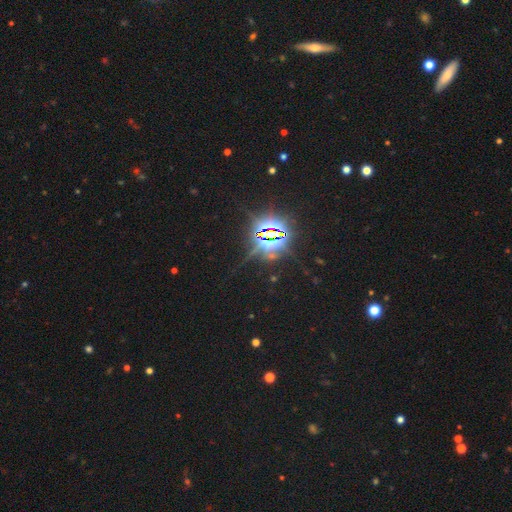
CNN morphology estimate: Smooth or featured? star or artifact (86%)